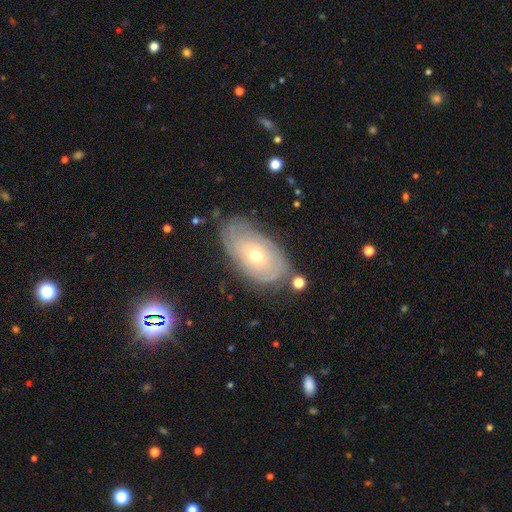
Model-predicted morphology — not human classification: Q: Smooth or featured?
A: featured or disk (62%); runner-up: smooth (30%)
Q: Edge-on disk?
A: no (91%); runner-up: yes (9%)
Q: Bar?
A: no (84%); runner-up: weak (13%)
Q: Spiral arms?
A: yes (70%); runner-up: no (30%)
Q: Bulge size?
A: small (49%); runner-up: moderate (47%)
Q: Merging?
A: none (70%); runner-up: minor disturbance (20%)